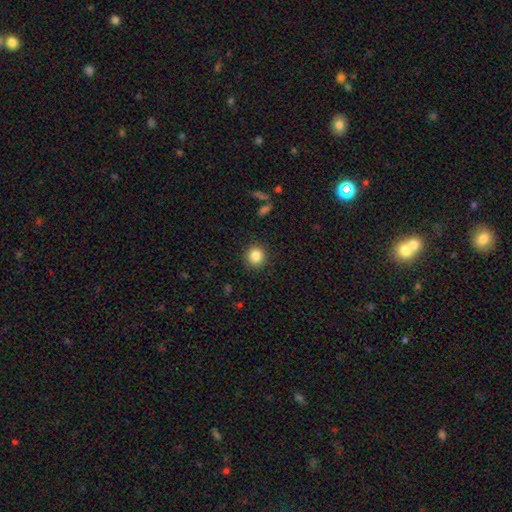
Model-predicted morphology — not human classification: A smooth galaxy with no disk features (85%) that is round (90%). Merging: none (90%).